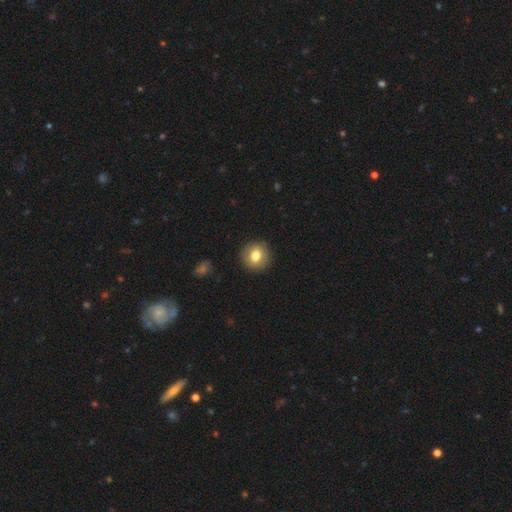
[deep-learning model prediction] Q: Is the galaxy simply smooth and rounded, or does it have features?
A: smooth — 79%.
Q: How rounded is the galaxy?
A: round — 90%.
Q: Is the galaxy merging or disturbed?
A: none — 90%.